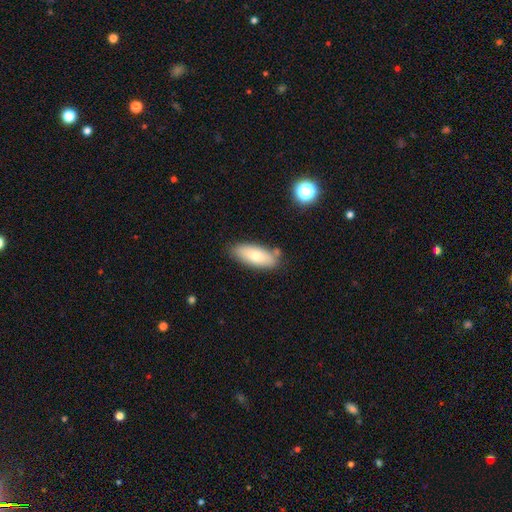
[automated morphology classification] The model was most divided on "smooth or featured": smooth: 74%, featured or disk: 19%, star or artifact: 7%. More confident: how rounded — in between (80%); merging — none (75%).